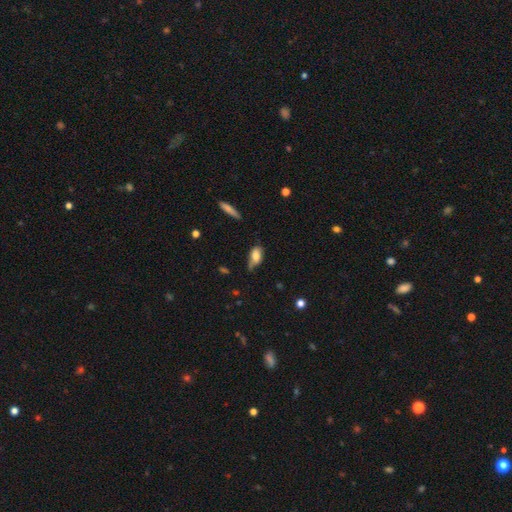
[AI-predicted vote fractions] The model was most divided on "merging": minor disturbance: 42%, none: 39%, major disturbance: 15%, merger: 4%. More confident: how rounded — in between (86%); smooth or featured — smooth (71%).